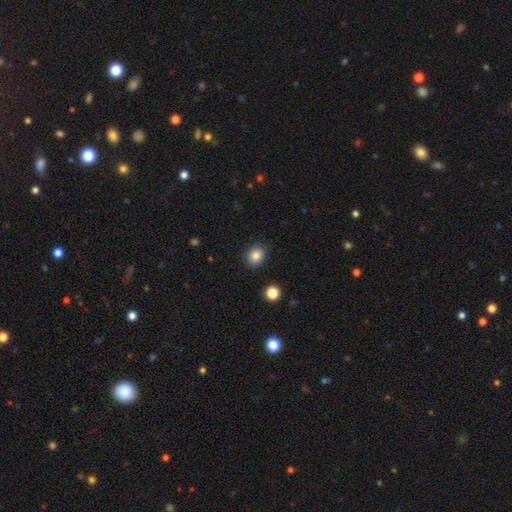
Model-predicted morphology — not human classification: Smooth or featured? smooth (85%)
How rounded? round (57%)
Merging? none (88%)